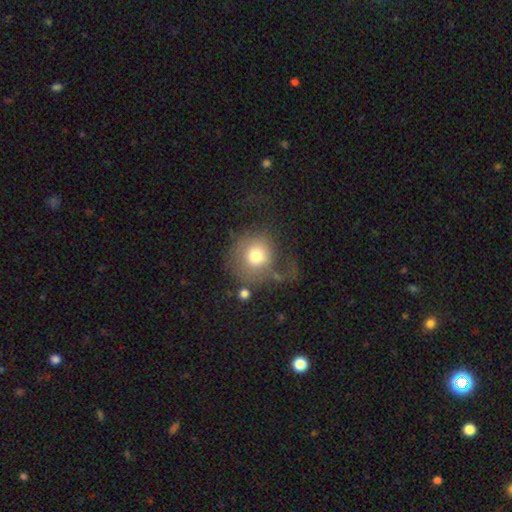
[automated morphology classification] A smooth galaxy with no disk features (68%) that is round (86%).

Vote fractions:
- Smooth or featured? smooth: 68% / featured or disk: 22% / star or artifact: 10%
- How rounded? round: 86% / in between: 13% / cigar-shaped: 1%
- Merging? major disturbance: 40% / none: 34% / minor disturbance: 21% / merger: 5%